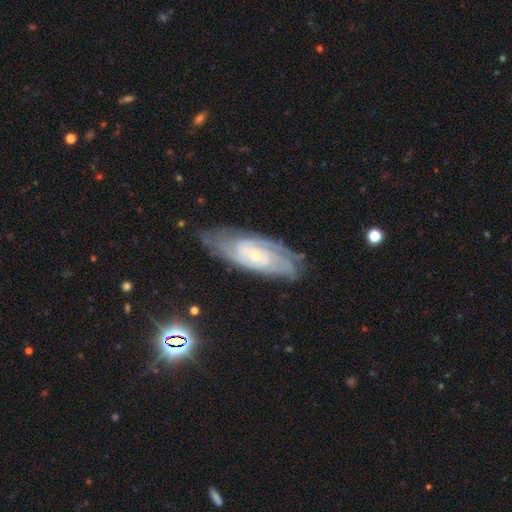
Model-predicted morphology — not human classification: This is clearly a featured or disk galaxy (86%). It is clearly not viewed edge-on (91%). Bar: likely no (70%). Spiral arm pattern: clearly yes (97%). Spiral arm count: marginally can't tell (32%). Spiral winding: likely tight (72%). Central bulge: likely small (78%). Merging: likely none (76%).